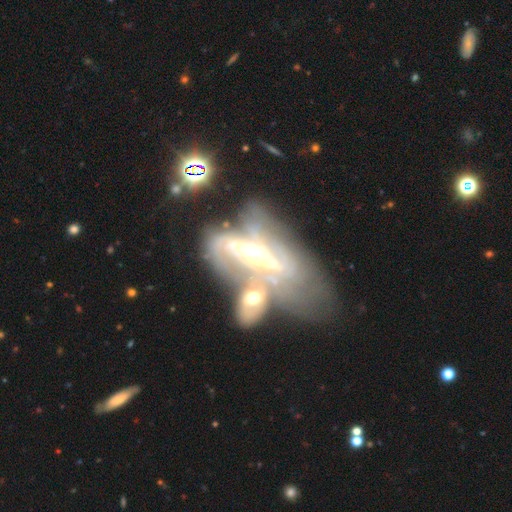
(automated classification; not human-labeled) The model was most divided on "bar": no: 43%, strong: 31%, weak: 26%. More confident: edge-on disk — no (79%); smooth or featured — featured or disk (78%); spiral arms — yes (62%); bulge size — moderate (56%); merging — merger (52%).